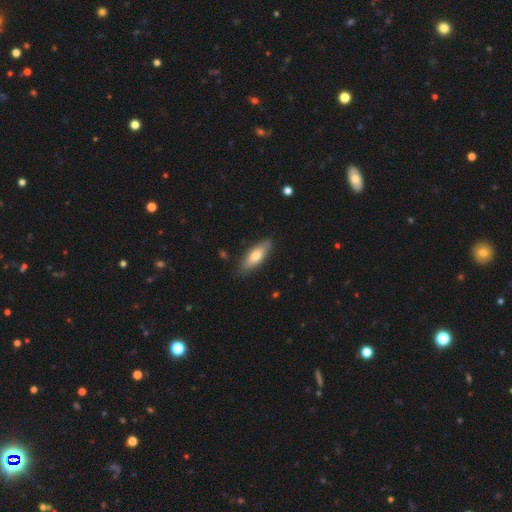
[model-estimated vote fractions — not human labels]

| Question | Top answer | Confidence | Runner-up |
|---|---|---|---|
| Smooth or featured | smooth | 70% | featured or disk (24%) |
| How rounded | in between | 59% | cigar-shaped (39%) |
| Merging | none | 85% | minor disturbance (12%) |